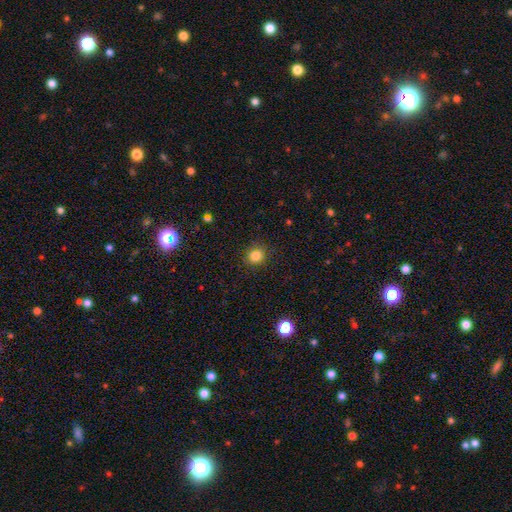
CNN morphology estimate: The model was most divided on "smooth or featured": smooth: 84%, star or artifact: 12%, featured or disk: 4%. More confident: merging — none (90%); how rounded — round (86%).